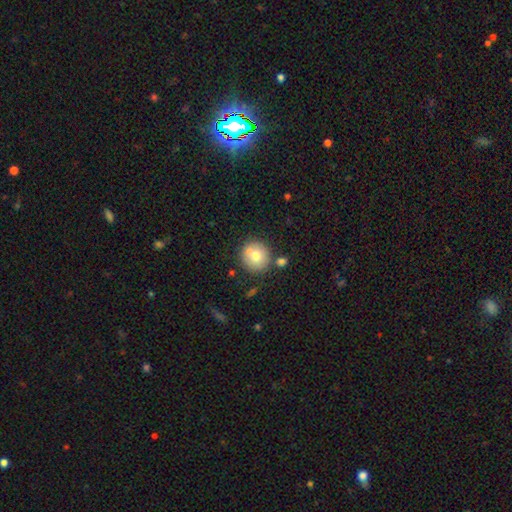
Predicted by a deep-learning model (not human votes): Smooth or featured? Predicted: smooth (p=0.73). How rounded? Predicted: round (p=0.92). Merging? Predicted: none (p=0.70).